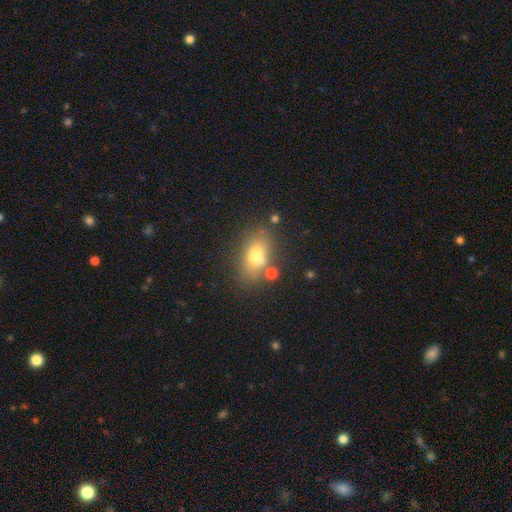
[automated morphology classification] A smooth galaxy with no disk features (70%) that is in between round and cigar-shaped (82%).

Vote fractions:
- Smooth or featured? smooth: 70% / featured or disk: 19% / star or artifact: 12%
- How rounded? in between: 82% / round: 14% / cigar-shaped: 4%
- Merging? none: 69% / minor disturbance: 16% / merger: 10% / major disturbance: 5%